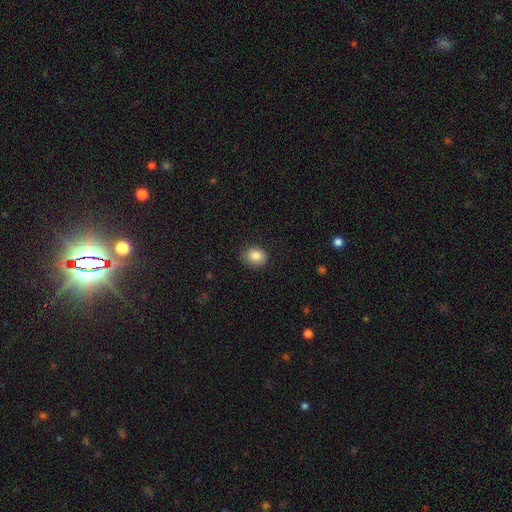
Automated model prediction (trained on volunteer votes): Smooth or featured? Predicted: smooth (p=0.84). How rounded? Predicted: round (p=0.59). Merging? Predicted: none (p=0.83).